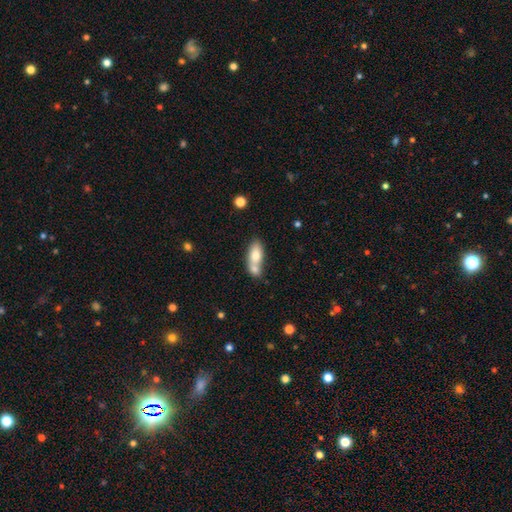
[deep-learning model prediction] smooth 71%, featured or disk 22%, star or artifact 7%. Down the decision tree: how rounded — in between (80%); merging — merger (55%).